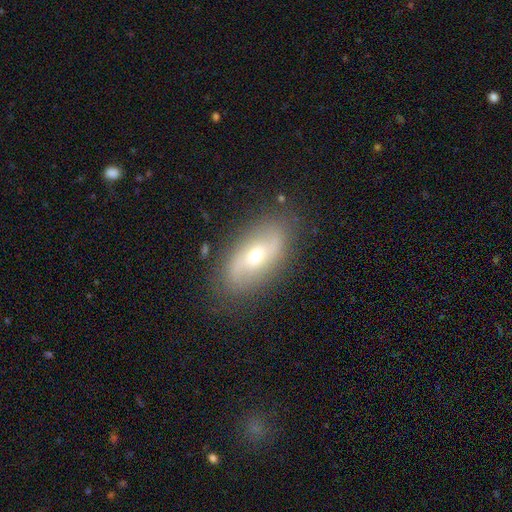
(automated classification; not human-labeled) smooth-or-featured: featured or disk: 62% | smooth: 30% | star or artifact: 8%
  disk-edge-on: no: 89% | yes: 11%
    bar: no: 54% | weak: 30% | strong: 16%
    has-spiral-arms: yes: 72% | no: 28%
    bulge-size: moderate: 56% | small: 38% | large: 3% | dominant: 1% | none: 1%
  merging: none: 83% | minor disturbance: 12% | major disturbance: 4% | merger: 1%